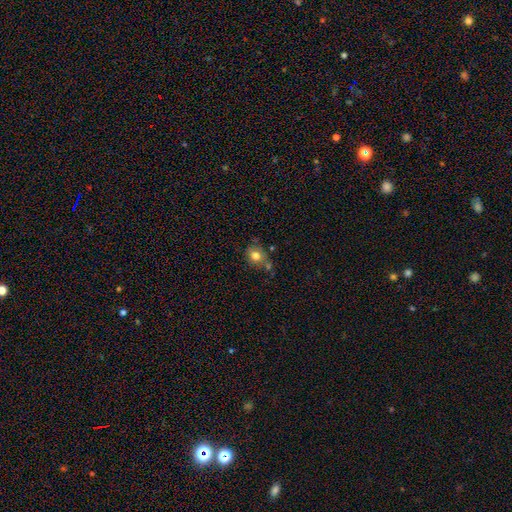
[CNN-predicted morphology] This is likely a smooth galaxy (78%). How rounded: likely round (68%). Merging: possibly none (57%).